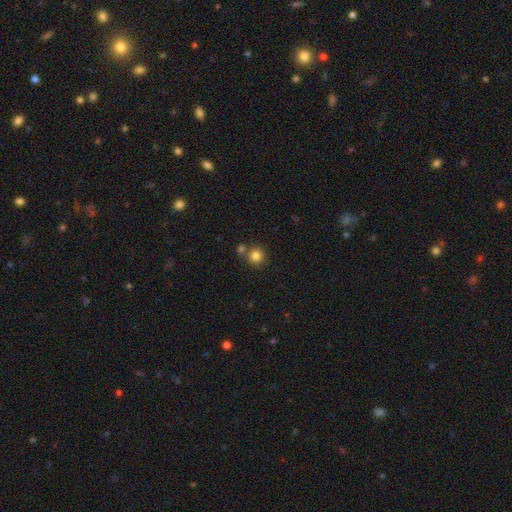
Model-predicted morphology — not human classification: smooth 83%, star or artifact 12%, featured or disk 6%. Down the decision tree: how rounded — round (93%); merging — none (70%).